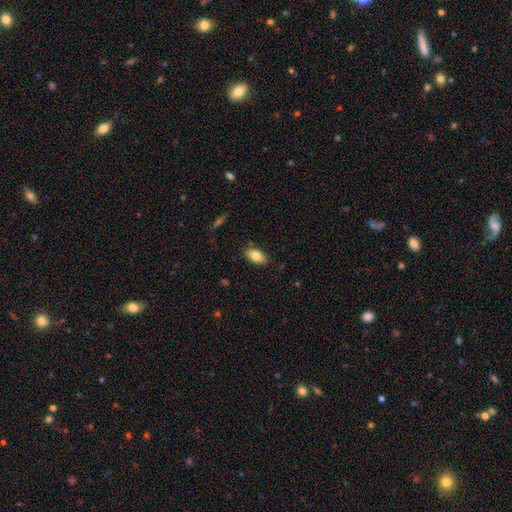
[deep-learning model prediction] This appears to be a smooth galaxy with no disk features (79%) that is in between round and cigar-shaped (90%). Merging: none (83%).